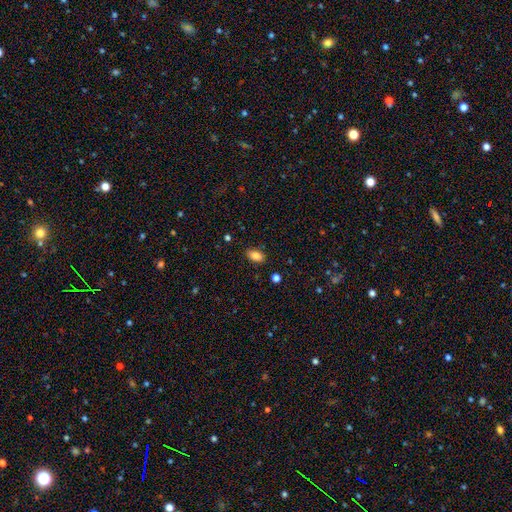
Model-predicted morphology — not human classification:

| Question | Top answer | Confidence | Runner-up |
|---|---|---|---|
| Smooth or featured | smooth | 86% | star or artifact (9%) |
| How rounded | in between | 91% | round (7%) |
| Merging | none | 87% | minor disturbance (10%) |